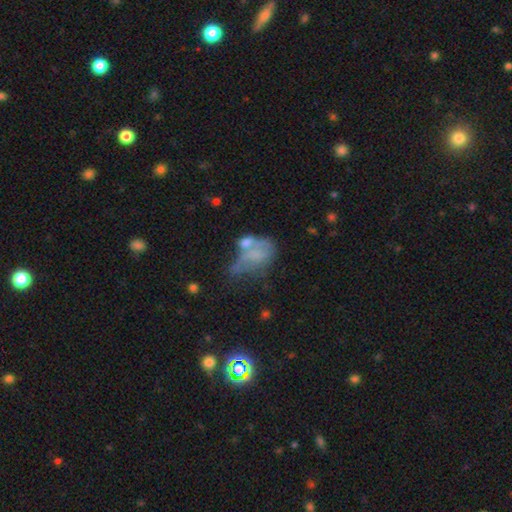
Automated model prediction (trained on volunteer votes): Smooth or featured? smooth (48%)
Merging? merger (31%)